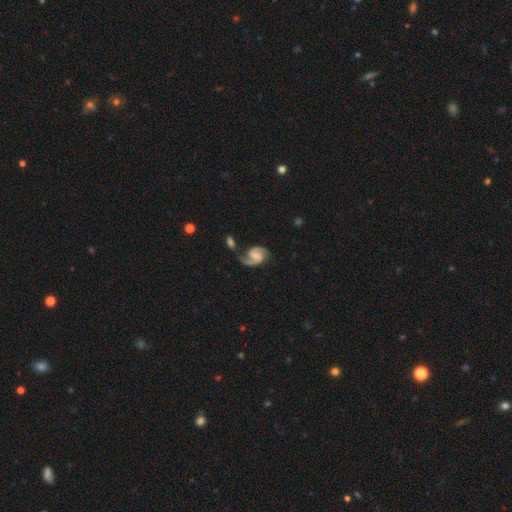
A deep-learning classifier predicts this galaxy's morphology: Smooth or featured: featured or disk — 89% (smooth — 6%)
Edge-on disk: no — 98% (yes — 2%)
Bar: no — 45% (weak — 42%)
Spiral arms: yes — 98% (no — 2%)
Spiral winding: medium — 55% (loose — 25%)
Spiral arm count: 2 — 90% (1 — 5%)
Bulge size: small — 38% (none — 32%)
Merging: none — 58% (minor disturbance — 17%)